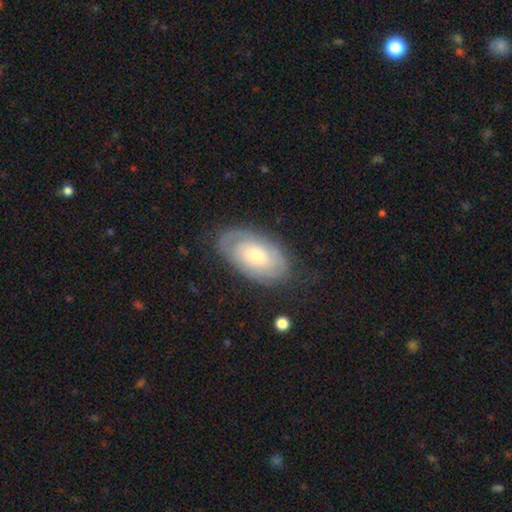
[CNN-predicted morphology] Smooth or featured? featured or disk (57%)
Edge-on disk? no (93%)
Bar? no (76%)
Spiral arms? yes (76%)
Bulge size? moderate (52%)
Merging? none (74%)